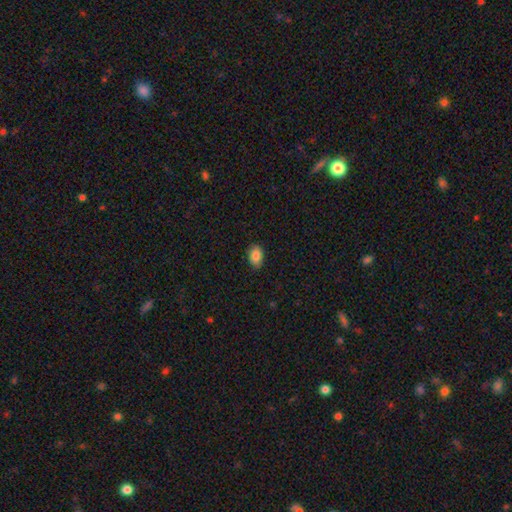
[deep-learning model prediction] Q: Smooth or featured?
A: smooth (87%); runner-up: star or artifact (8%)
Q: How rounded?
A: in between (86%); runner-up: round (13%)
Q: Merging?
A: none (87%); runner-up: minor disturbance (10%)